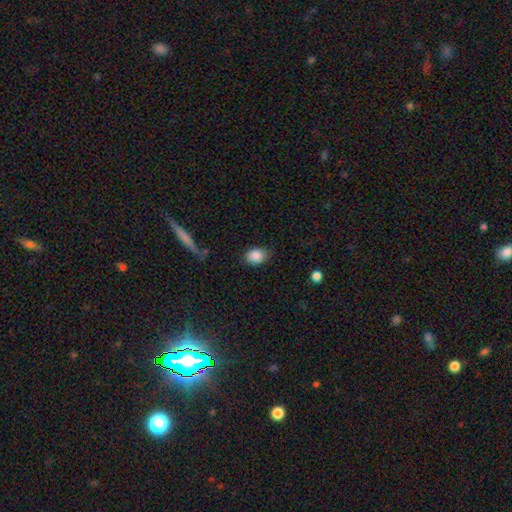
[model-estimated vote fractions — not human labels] Smooth or featured? Predicted: smooth (p=0.87). How rounded? Predicted: in between (p=0.70). Merging? Predicted: none (p=0.78).